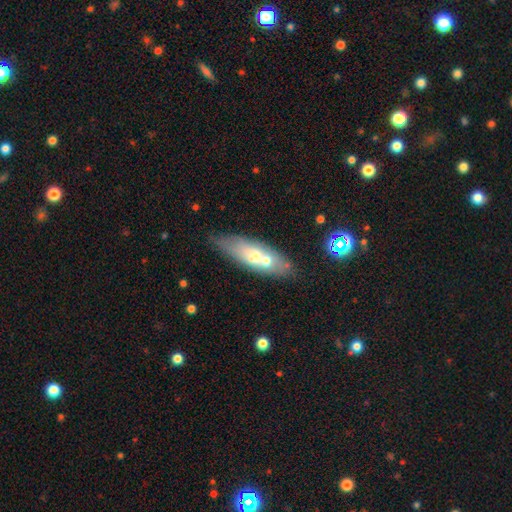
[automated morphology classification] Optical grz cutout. It shows a smooth galaxy with no disk features (51%) that is in between round and cigar-shaped (60%). Merging: none (52%).